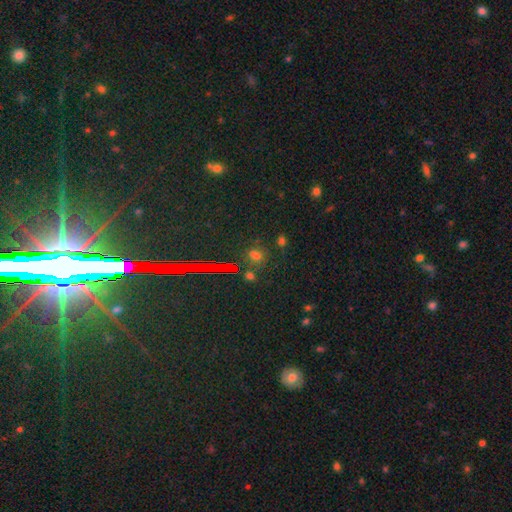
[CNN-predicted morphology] Overall: smooth (45%, tied with star or artifact). Merging: none (74%).